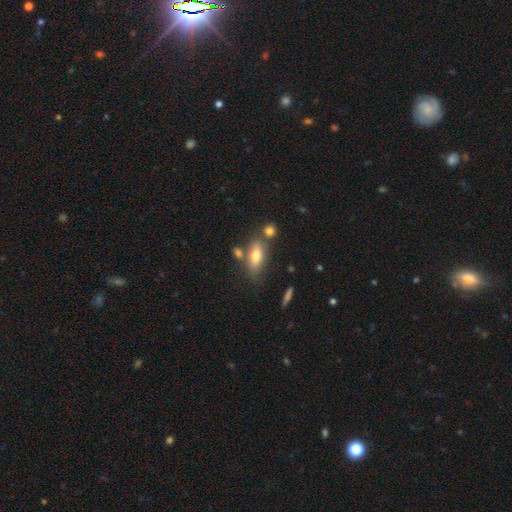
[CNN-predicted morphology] A smooth galaxy with no disk features (71%) that is in between round and cigar-shaped (75%). Merging: none (63%).